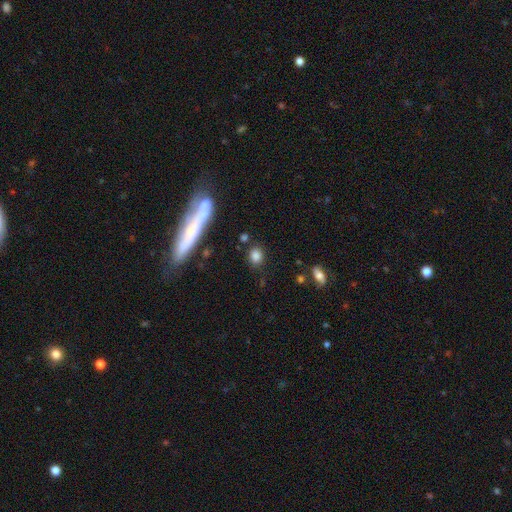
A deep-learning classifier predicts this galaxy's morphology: This appears to be a smooth galaxy with no disk features (82%) that is round (62%). Merging: none (81%).